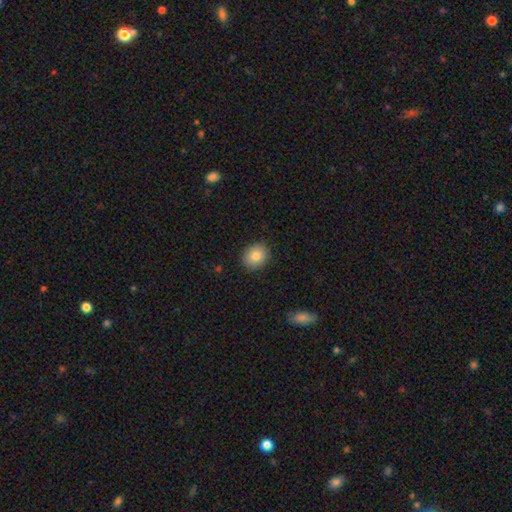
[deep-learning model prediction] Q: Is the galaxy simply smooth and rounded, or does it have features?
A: smooth — 84%.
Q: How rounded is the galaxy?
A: round — 64%.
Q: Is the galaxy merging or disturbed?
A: none — 88%.